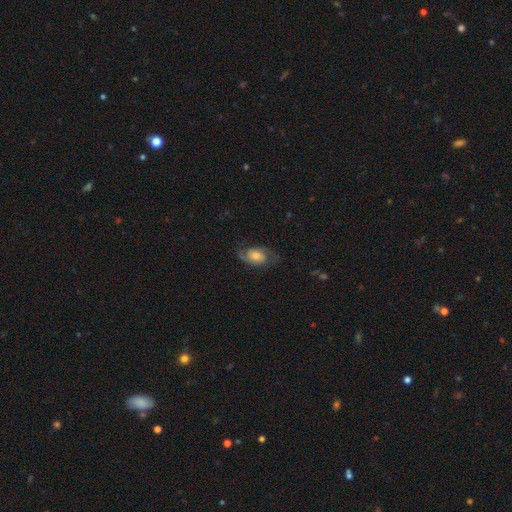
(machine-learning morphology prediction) featured or disk 65%, smooth 27%, star or artifact 9%. Down the decision tree: edge-on disk — no (96%); bar — no (67%); spiral arms — yes (91%); spiral arm count — 2 (84%); spiral winding — medium (46%); bulge size — moderate (44%); merging — none (68%).